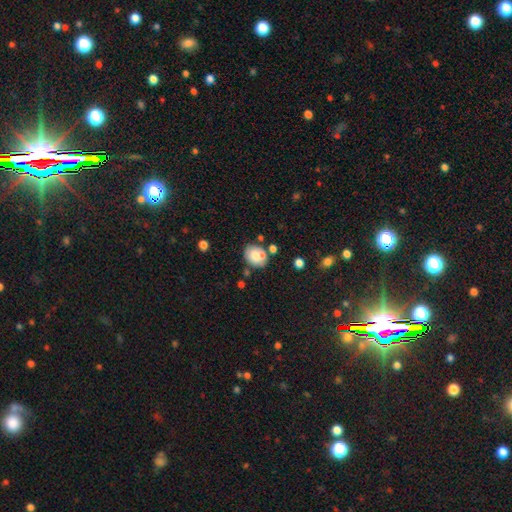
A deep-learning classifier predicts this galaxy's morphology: smooth_or_featured: smooth (p=0.71) [alt: featured or disk p=0.20]
how_rounded: round (p=0.55) [alt: in between p=0.45]
merging: none (p=0.61) [alt: merger p=0.18]